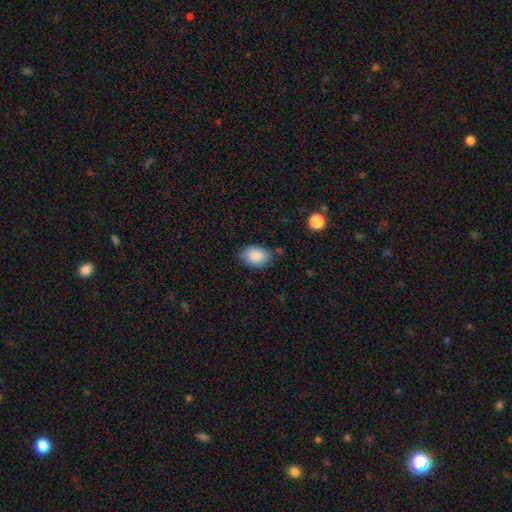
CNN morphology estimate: type=smooth (88%); roundness=in between (82%); merging=none (79%).